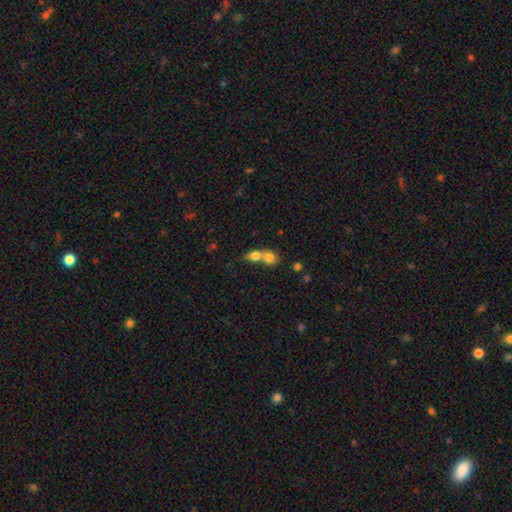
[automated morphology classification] smooth 75%, featured or disk 15%, star or artifact 9%. Down the decision tree: how rounded — round (59%); merging — merger (74%).